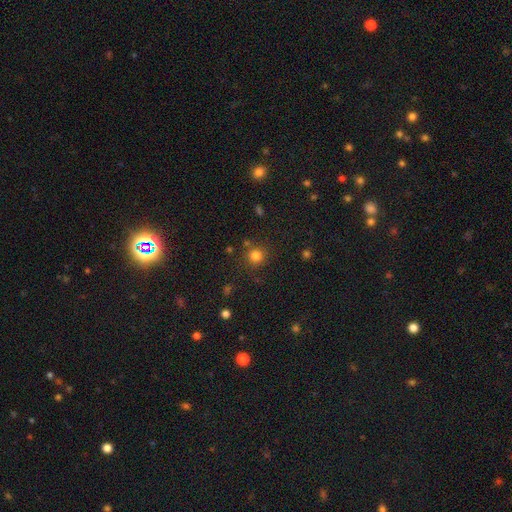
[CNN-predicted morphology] A smooth galaxy with no disk features (80%) that is round (92%).

Vote fractions:
- Smooth or featured? smooth: 80% / star or artifact: 15% / featured or disk: 5%
- How rounded? round: 92% / in between: 7% / cigar-shaped: 1%
- Merging? none: 81% / minor disturbance: 9% / merger: 6% / major disturbance: 4%